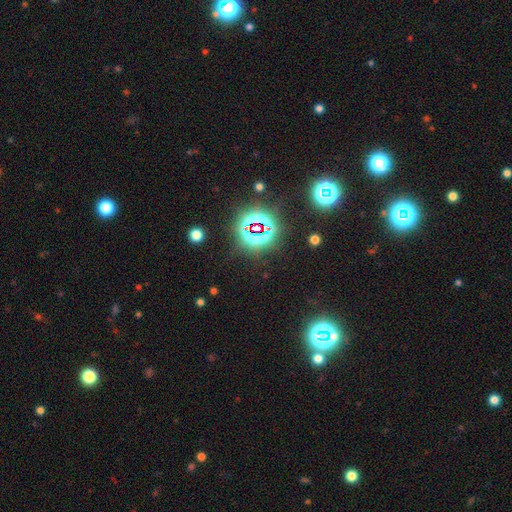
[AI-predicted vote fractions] The model was most divided on "smooth or featured": star or artifact: 82%, smooth: 11%, featured or disk: 7%.